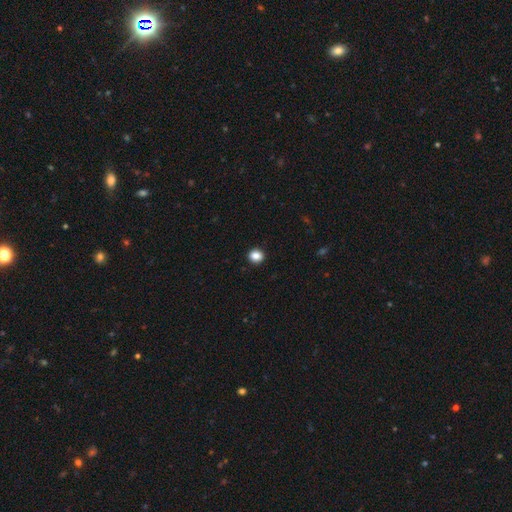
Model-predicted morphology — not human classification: The model was most divided on "how rounded": round: 80%, in between: 19%, cigar-shaped: 1%. More confident: merging — none (92%); smooth or featured — smooth (85%).